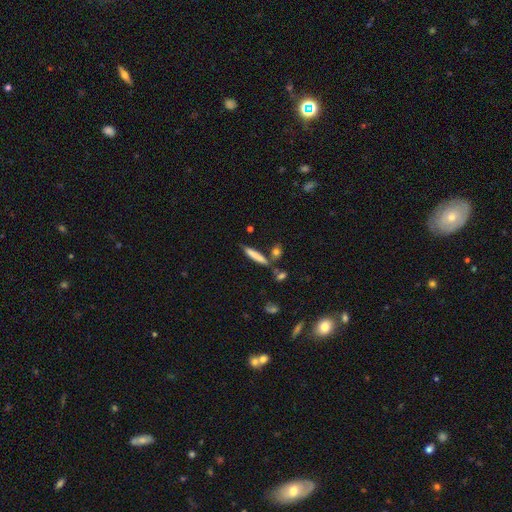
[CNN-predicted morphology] Smooth or featured?
  - smooth: 74% *
  - featured or disk: 18%
  - star or artifact: 7%
How rounded?
  - cigar-shaped: 90% *
  - in between: 9%
  - round: 2%
Merging?
  - none: 74% *
  - minor disturbance: 13%
  - merger: 9%
  - major disturbance: 4%